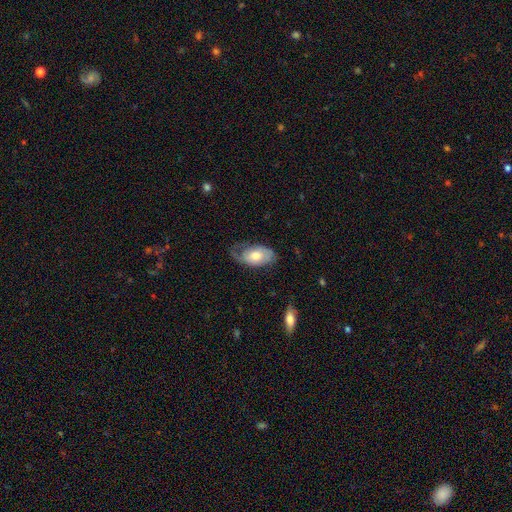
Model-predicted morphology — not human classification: Smooth or featured? Predicted: featured or disk (p=0.47, tied with smooth). Merging? Predicted: none (p=0.46).